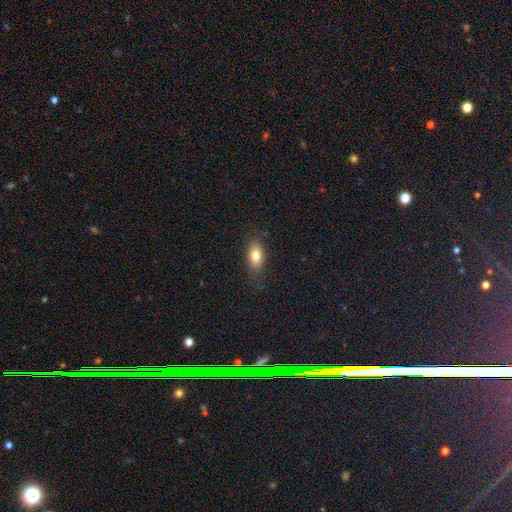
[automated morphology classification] Smooth or featured? smooth (79%)
How rounded? in between (85%)
Merging? none (78%)